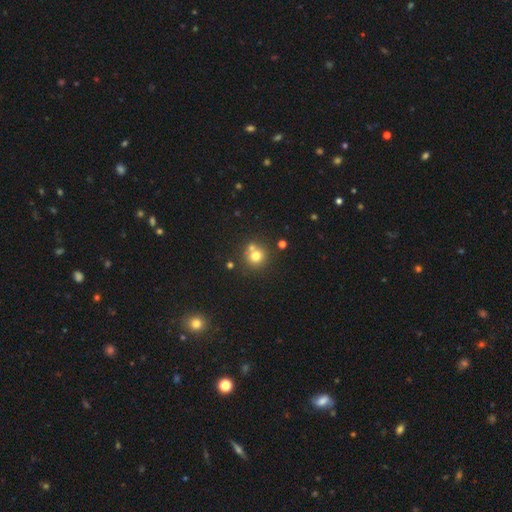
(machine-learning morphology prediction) type=smooth (73%); roundness=round (91%); merging=none (63%).